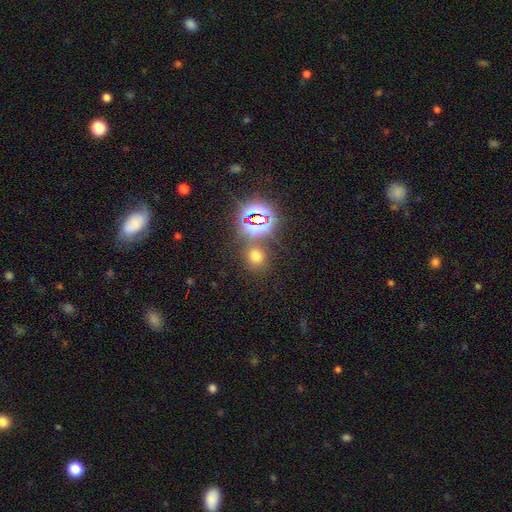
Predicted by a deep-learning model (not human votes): Smooth or featured: smooth — 58% (star or artifact — 34%)
How rounded: round — 77% (in between — 22%)
Merging: none — 75% (merger — 12%)